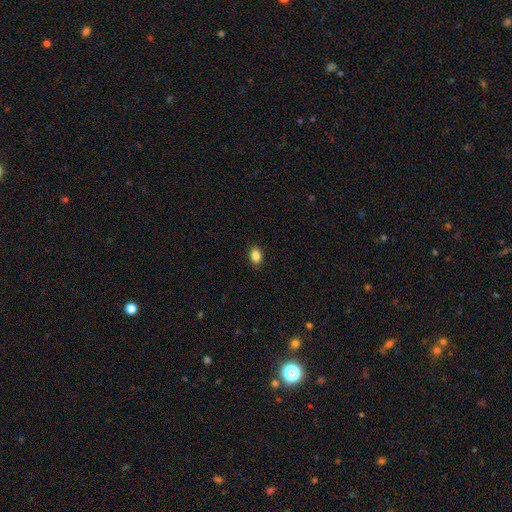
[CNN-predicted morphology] Smooth or featured?
  - smooth: 87% *
  - star or artifact: 9%
  - featured or disk: 4%
How rounded?
  - in between: 79% *
  - round: 20%
  - cigar-shaped: 1%
Merging?
  - none: 89% *
  - minor disturbance: 8%
  - major disturbance: 2%
  - merger: 1%